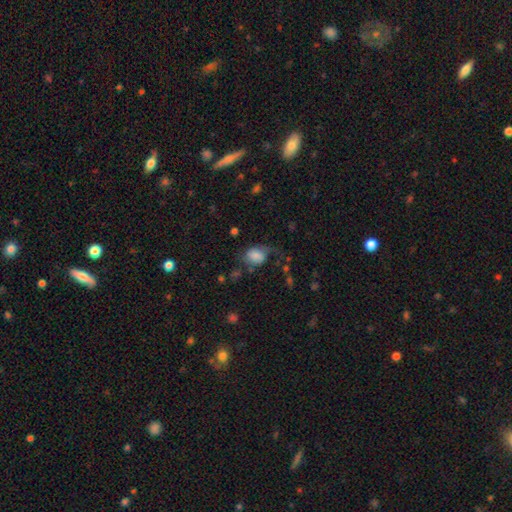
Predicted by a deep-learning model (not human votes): smooth_or_featured: smooth (p=0.64) [alt: featured or disk p=0.26]
how_rounded: in between (p=0.62) [alt: round p=0.37]
merging: none (p=0.36) [alt: major disturbance p=0.34]